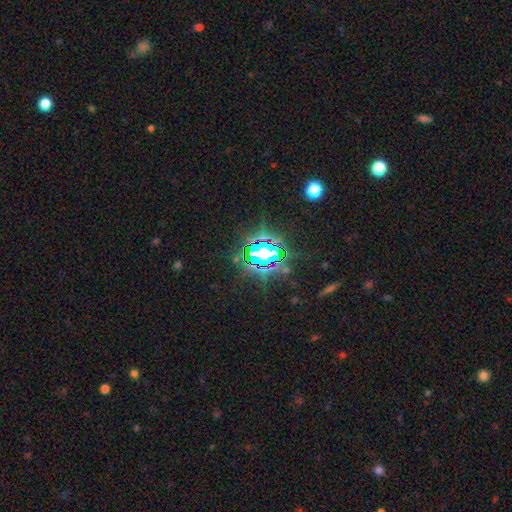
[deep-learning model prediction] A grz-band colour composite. It shows a star or artifact, not a galaxy (81%).